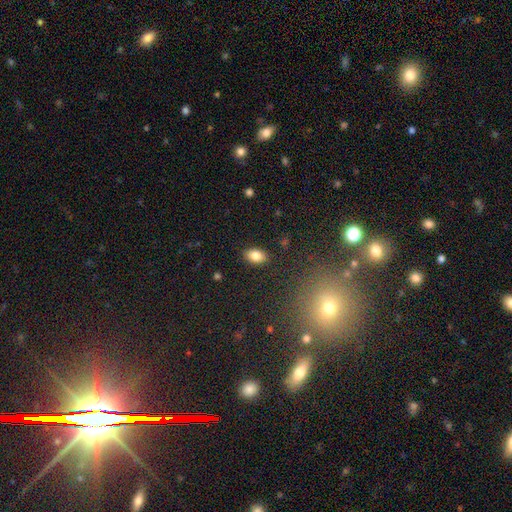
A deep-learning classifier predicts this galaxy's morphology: A smooth galaxy with no disk features (84%) that is in between round and cigar-shaped (87%). Merging: none (88%).